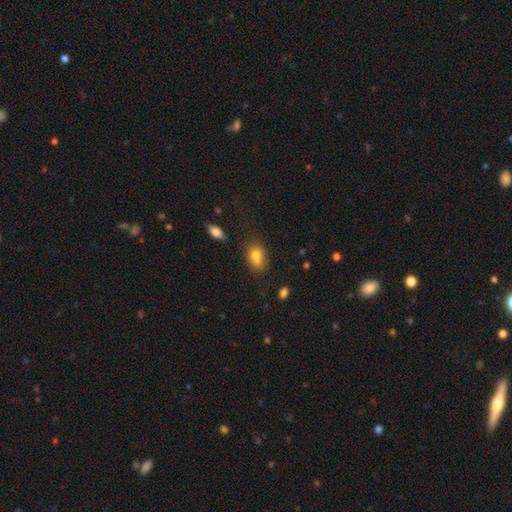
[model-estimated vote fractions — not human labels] smooth-or-featured: smooth: 76% | featured or disk: 13% | star or artifact: 11%
  how-rounded: in between: 72% | round: 25% | cigar-shaped: 3%
  merging: none: 44% | merger: 25% | minor disturbance: 22% | major disturbance: 8%